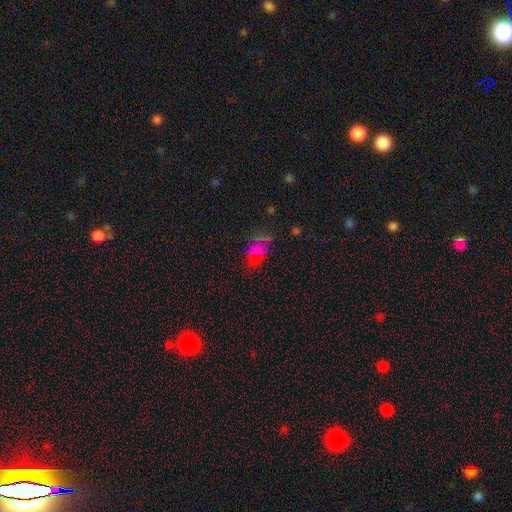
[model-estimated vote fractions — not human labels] Smooth or featured? Predicted: smooth (p=0.53). How rounded? Predicted: in between (p=0.85). Merging? Predicted: none (p=0.72).